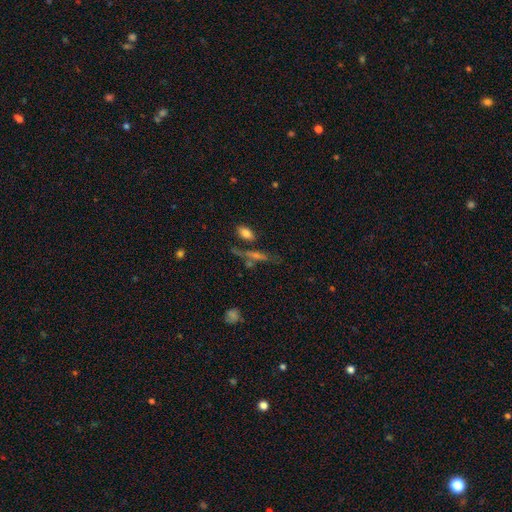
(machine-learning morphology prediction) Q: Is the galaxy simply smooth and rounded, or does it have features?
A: smooth — 39%.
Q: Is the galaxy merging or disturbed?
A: none — 62%.